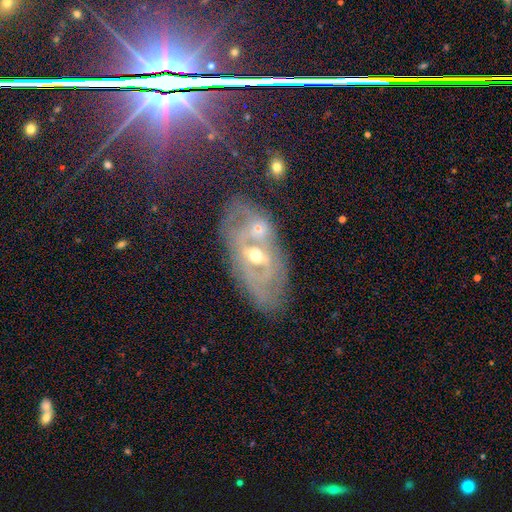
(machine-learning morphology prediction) This appears to be a featured or disk galaxy (77%) with no bar (41%), spiral arms (69%) and a moderate central bulge (60%). Merging: merger (39%).